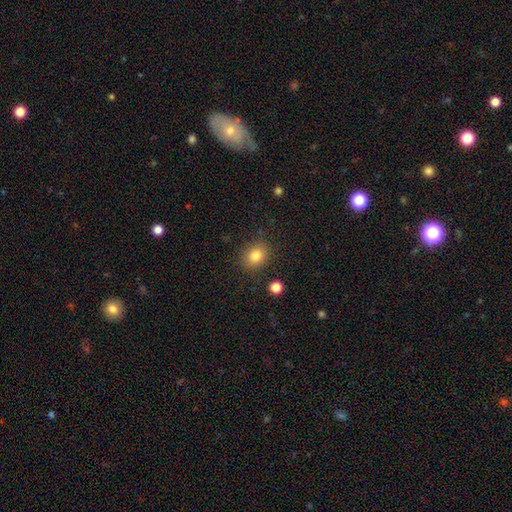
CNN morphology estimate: A smooth galaxy with no disk features (83%) that is round (61%).

Vote fractions:
- Smooth or featured? smooth: 83% / star or artifact: 10% / featured or disk: 7%
- How rounded? round: 61% / in between: 38% / cigar-shaped: 1%
- Merging? none: 85% / minor disturbance: 10% / major disturbance: 3% / merger: 2%